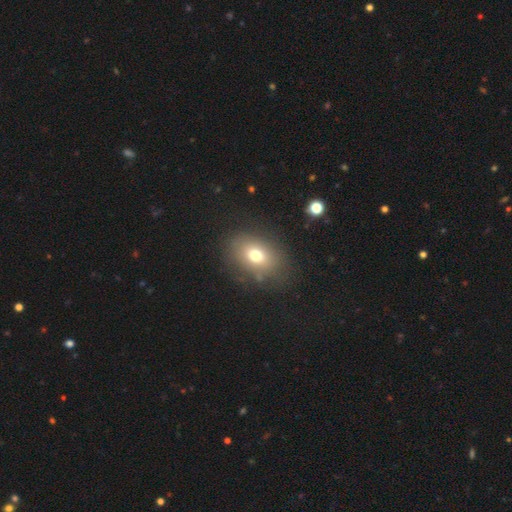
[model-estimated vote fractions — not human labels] This appears to be a smooth galaxy with no disk features (72%) that is in between round and cigar-shaped (69%). Merging: none (78%).